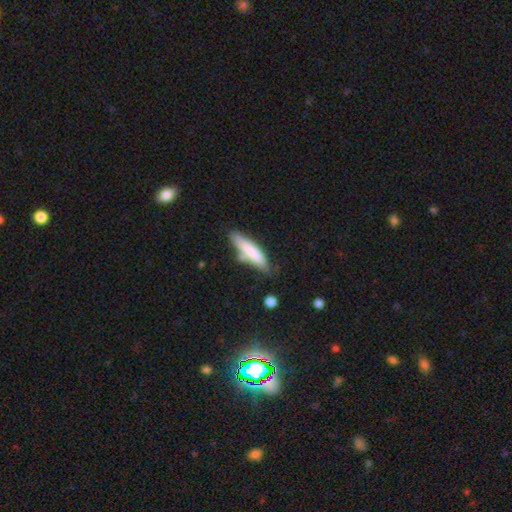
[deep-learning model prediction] Morphology: type=smooth (77%); roundness=cigar-shaped (75%); merging=none (63%).